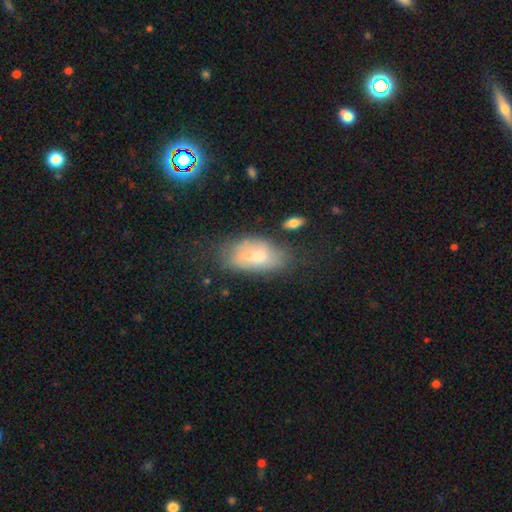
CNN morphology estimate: A smooth galaxy with no disk features (59%) that is in between round and cigar-shaped (91%). Merging: none (44%).